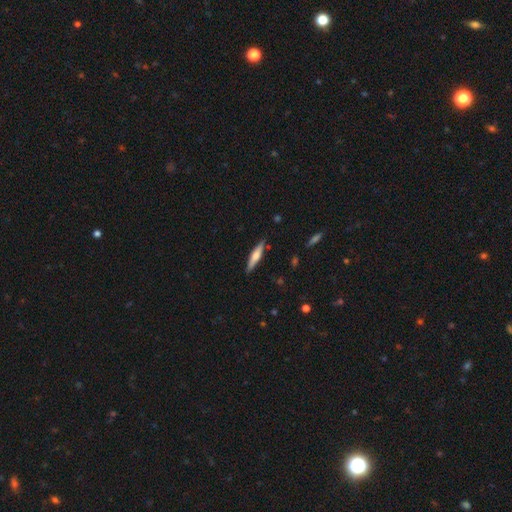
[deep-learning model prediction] smooth_or_featured: smooth (p=0.52) [alt: featured or disk p=0.42]
how_rounded: cigar-shaped (p=0.83) [alt: in between p=0.16]
merging: none (p=0.86) [alt: minor disturbance p=0.10]